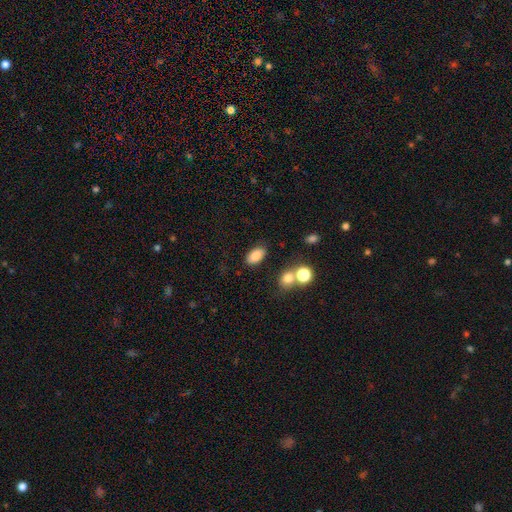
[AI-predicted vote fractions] Morphology: type=smooth (84%); roundness=in between (91%); merging=none (80%).